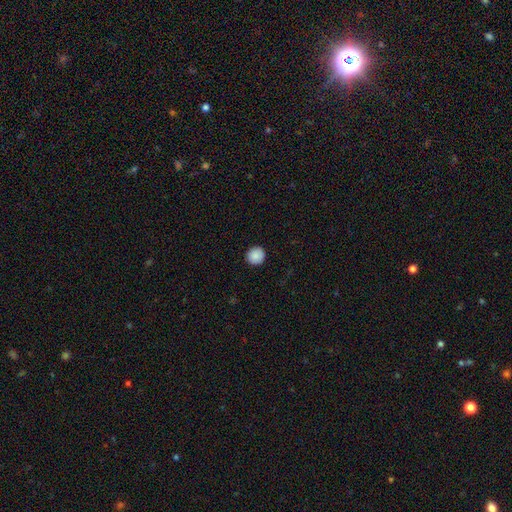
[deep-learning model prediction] Smooth or featured? Predicted: smooth (p=0.88). How rounded? Predicted: round (p=0.93). Merging? Predicted: none (p=0.92).